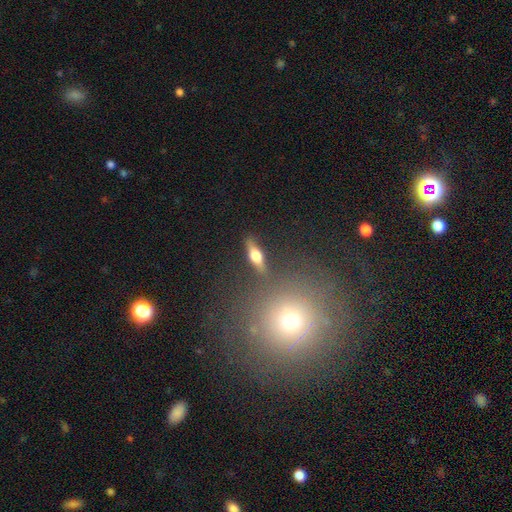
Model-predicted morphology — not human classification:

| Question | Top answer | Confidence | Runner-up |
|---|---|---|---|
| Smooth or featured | featured or disk | 51% | smooth (41%) |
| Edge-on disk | yes | 90% | no (10%) |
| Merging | none | 83% | minor disturbance (10%) |